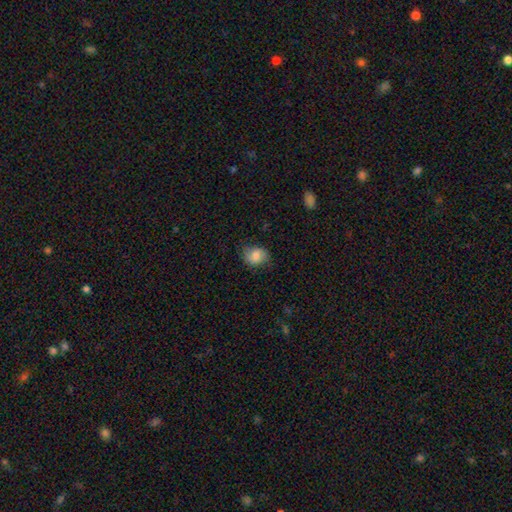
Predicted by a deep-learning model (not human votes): smooth_or_featured: smooth (p=0.73) [alt: featured or disk p=0.18]
how_rounded: round (p=0.51) [alt: in between p=0.48]
merging: none (p=0.73) [alt: minor disturbance p=0.20]